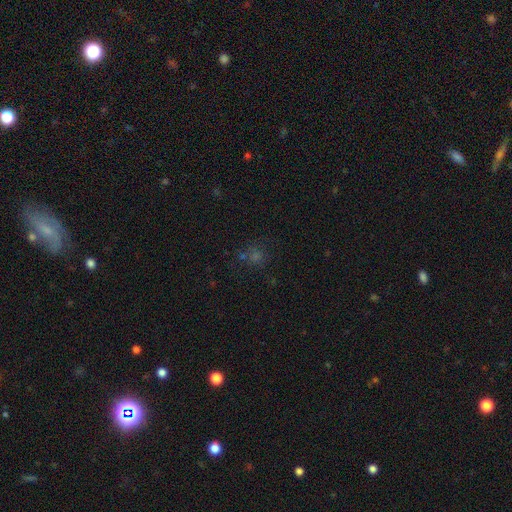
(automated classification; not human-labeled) Overall: smooth (46%; star or artifact 42%). Merging: none (69%).